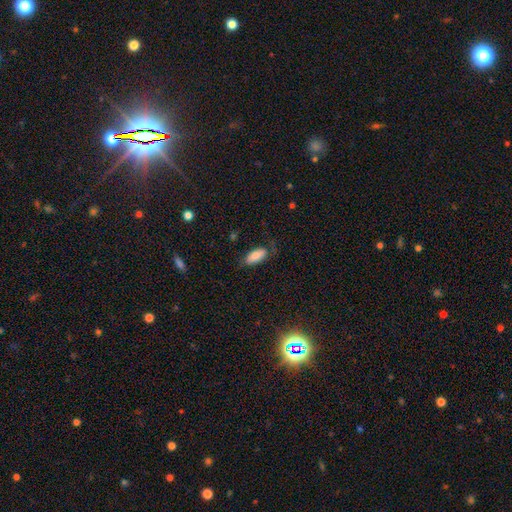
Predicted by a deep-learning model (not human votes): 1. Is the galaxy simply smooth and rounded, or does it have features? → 81% smooth, 12% featured or disk, 7% star or artifact.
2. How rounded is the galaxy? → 87% in between, 11% cigar-shaped, 2% round.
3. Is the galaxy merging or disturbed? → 64% none, 24% minor disturbance, 10% major disturbance, 2% merger.